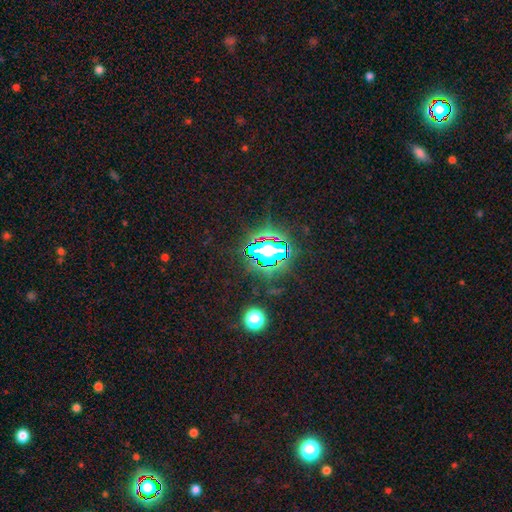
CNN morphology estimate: This is clearly a star or artifact rather than a galaxy (81%).